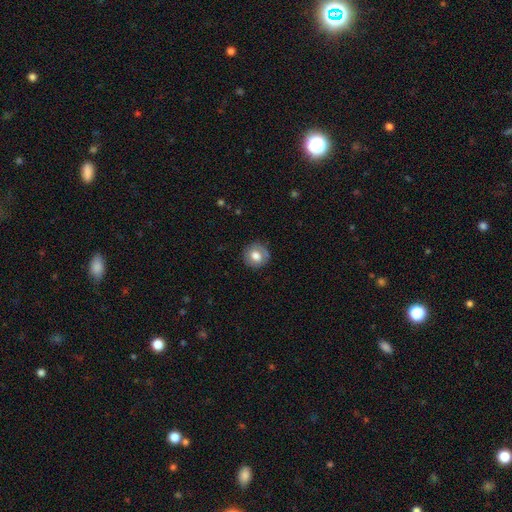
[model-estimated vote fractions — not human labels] Smooth or featured? Predicted: smooth (p=0.69). How rounded? Predicted: round (p=0.88). Merging? Predicted: none (p=0.82).